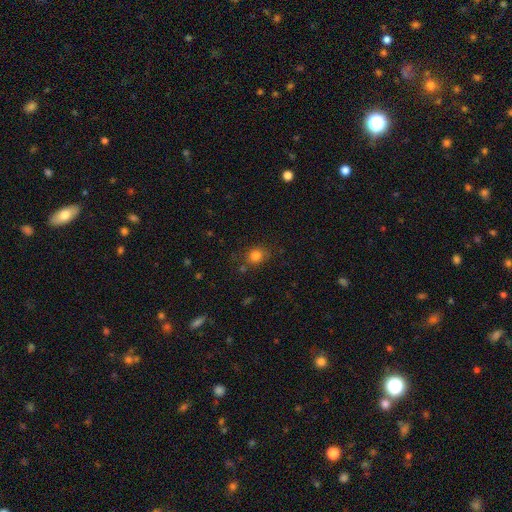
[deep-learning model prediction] Smooth or featured? Predicted: smooth (p=0.81). How rounded? Predicted: round (p=0.67). Merging? Predicted: none (p=0.75).